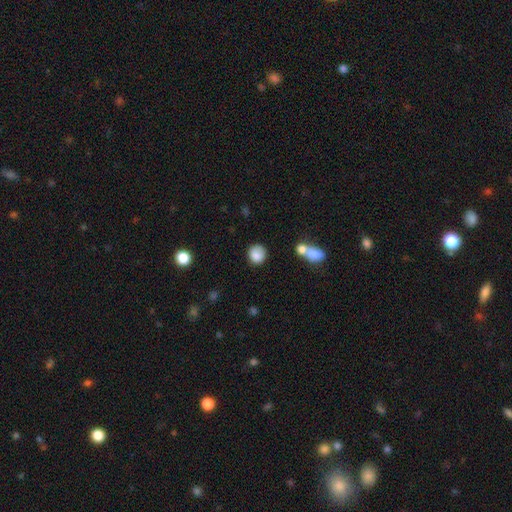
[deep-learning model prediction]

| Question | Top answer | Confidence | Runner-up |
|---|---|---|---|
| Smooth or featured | smooth | 85% | star or artifact (10%) |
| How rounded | round | 85% | in between (14%) |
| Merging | none | 73% | minor disturbance (17%) |